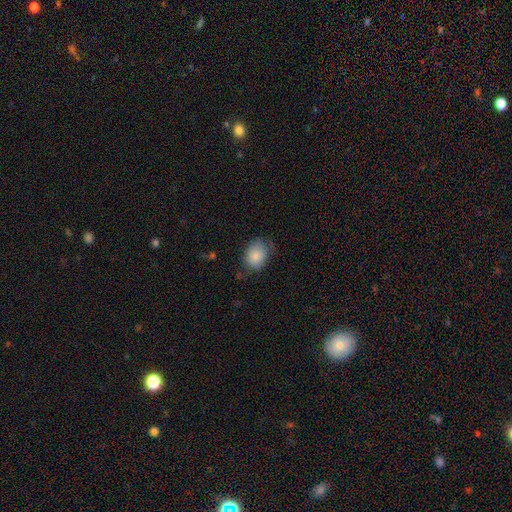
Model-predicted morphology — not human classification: Smooth or featured? smooth (84%)
How rounded? in between (68%)
Merging? none (62%)